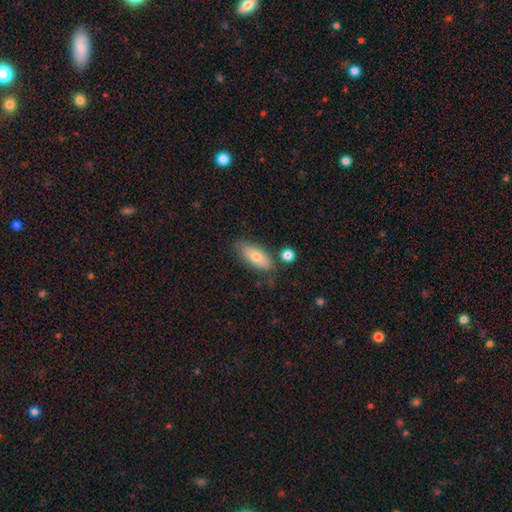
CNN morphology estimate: type=smooth (65%); roundness=in between (79%); merging=none (75%).